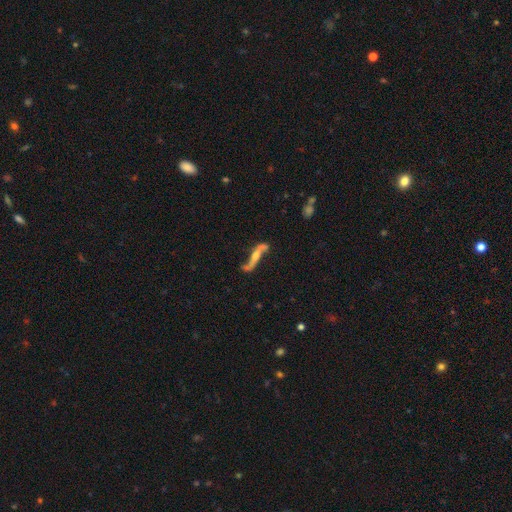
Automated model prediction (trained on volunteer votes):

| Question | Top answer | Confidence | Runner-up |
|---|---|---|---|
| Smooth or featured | featured or disk | 82% | smooth (12%) |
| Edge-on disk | no | 69% | yes (31%) |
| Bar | no | 48% | weak (29%) |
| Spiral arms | yes | 92% | no (8%) |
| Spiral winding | loose | 89% | medium (8%) |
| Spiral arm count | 2 | 91% | 1 (4%) |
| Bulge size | moderate | 48% | small (35%) |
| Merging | none | 64% | minor disturbance (19%) |